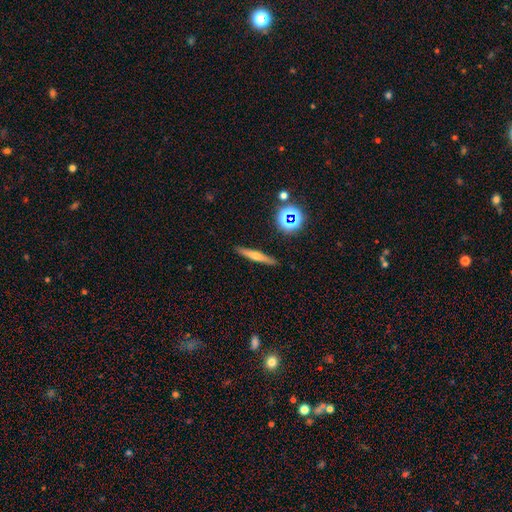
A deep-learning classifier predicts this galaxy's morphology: Smooth or featured: featured or disk — 48% (smooth — 40%)
Merging: none — 90% (minor disturbance — 7%)